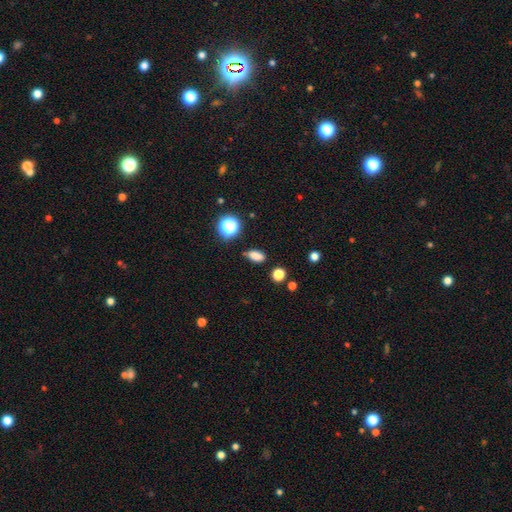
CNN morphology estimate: Smooth or featured? smooth (81%)
How rounded? in between (81%)
Merging? none (82%)